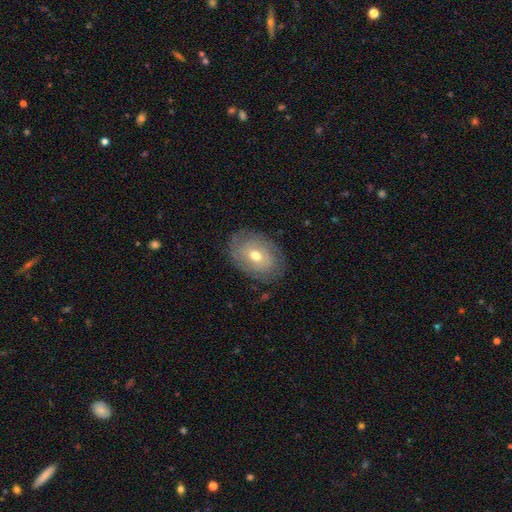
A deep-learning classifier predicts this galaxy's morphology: type=featured or disk (59%); edge-on=no (94%); bar=no (69%); spiral arms=yes (70%); bulge=moderate (69%); merging=none (77%).